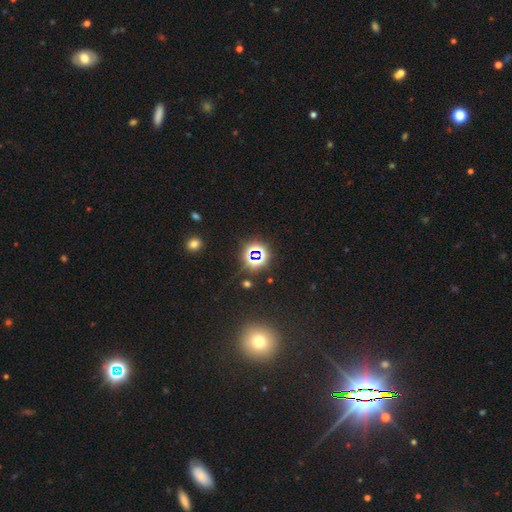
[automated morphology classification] Smooth or featured? Predicted: star or artifact (p=0.74).